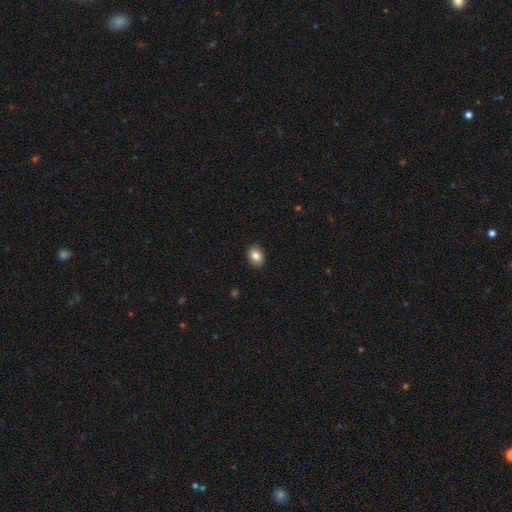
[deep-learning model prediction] smooth-or-featured: smooth: 83% | featured or disk: 9% | star or artifact: 8%
  how-rounded: in between: 64% | round: 35% | cigar-shaped: 1%
  merging: none: 90% | minor disturbance: 8% | major disturbance: 2% | merger: 1%